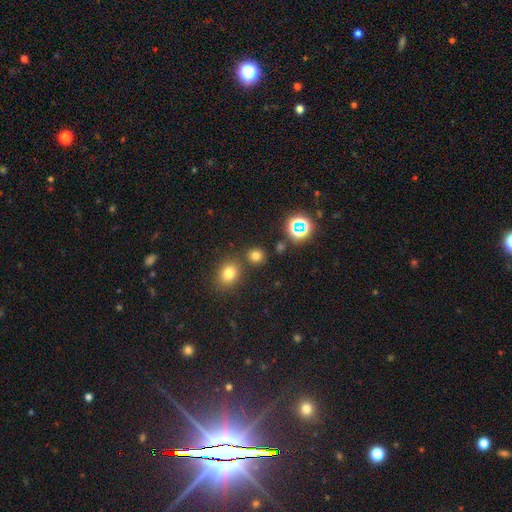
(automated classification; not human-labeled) This appears to be a smooth galaxy with no disk features (73%) that is round (83%). Merging: none (80%).